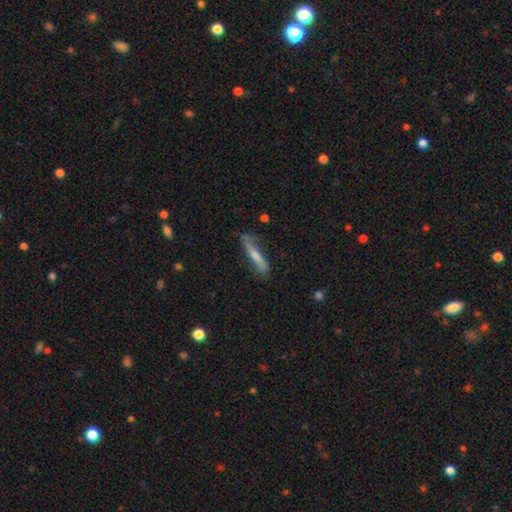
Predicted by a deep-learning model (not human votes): smooth_or_featured: smooth (p=0.51) [alt: featured or disk p=0.41]
how_rounded: cigar-shaped (p=0.89) [alt: in between p=0.09]
merging: none (p=0.71) [alt: minor disturbance p=0.21]